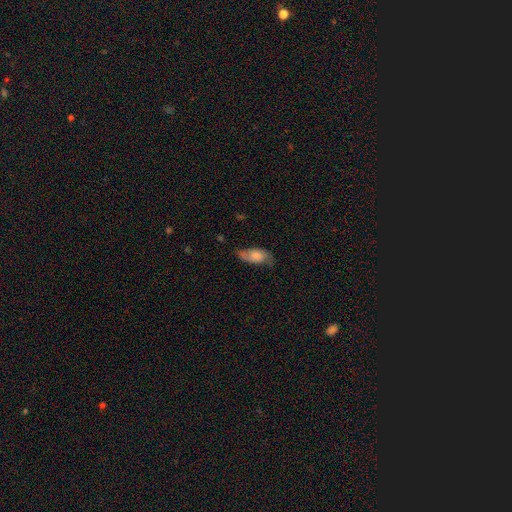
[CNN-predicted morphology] The model was most divided on "smooth or featured": smooth: 60%, featured or disk: 33%, star or artifact: 7%. More confident: how rounded — in between (85%); merging — none (61%).